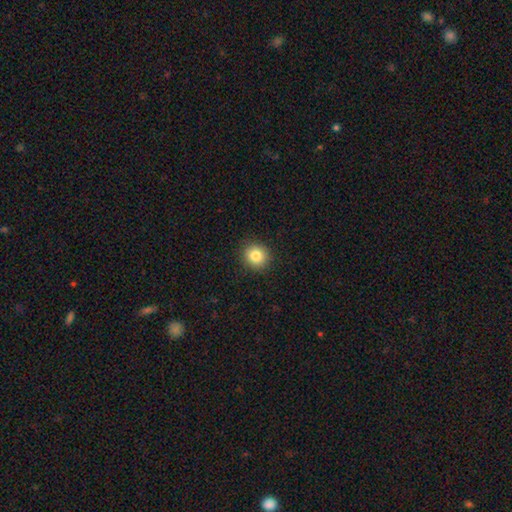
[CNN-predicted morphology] A smooth galaxy with no disk features (83%) that is round (88%). Merging: none (91%).